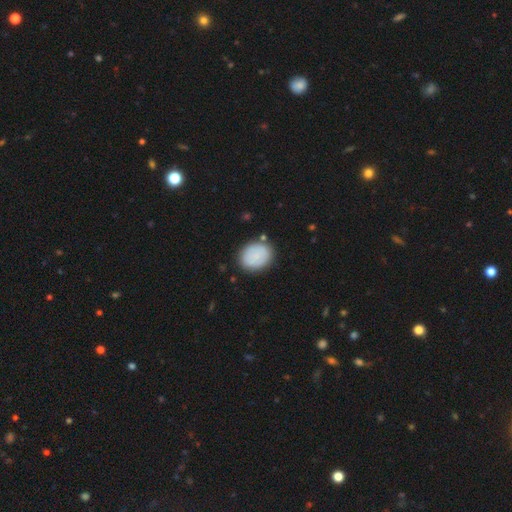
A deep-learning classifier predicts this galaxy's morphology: Smooth or featured: smooth — 82% (featured or disk — 12%)
How rounded: round — 54% (in between — 46%)
Merging: none — 81% (minor disturbance — 12%)